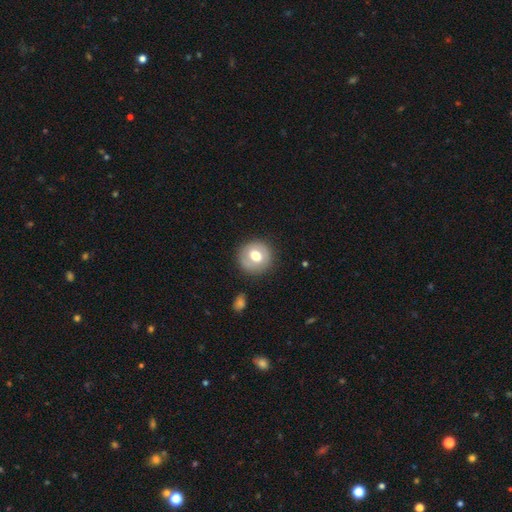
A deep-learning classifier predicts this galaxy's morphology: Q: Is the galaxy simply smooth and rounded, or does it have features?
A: smooth — 62%.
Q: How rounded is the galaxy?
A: round — 90%.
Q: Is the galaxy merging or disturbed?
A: none — 84%.